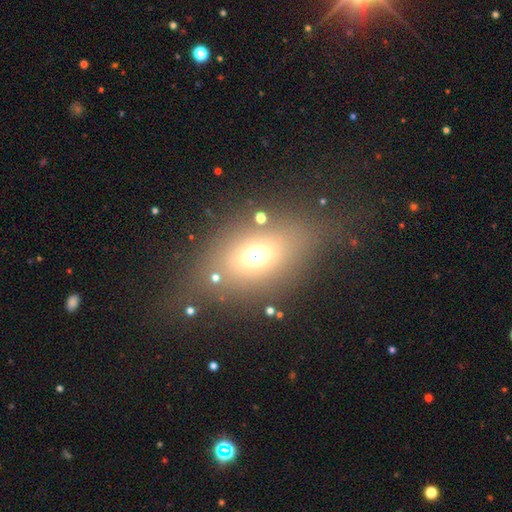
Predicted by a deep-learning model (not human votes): Smooth or featured? Predicted: smooth (p=0.61). How rounded? Predicted: in between (p=0.69). Merging? Predicted: none (p=0.74).